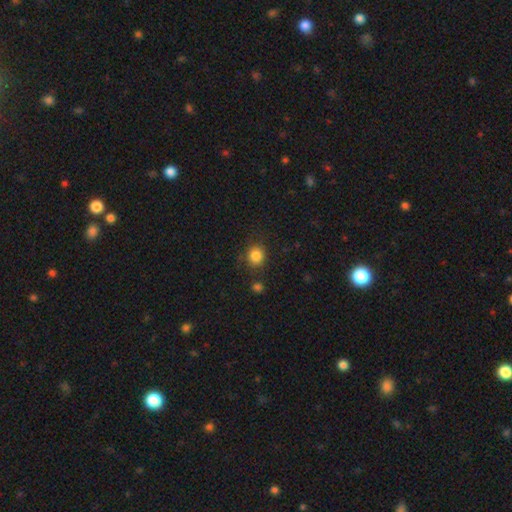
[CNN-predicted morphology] A smooth galaxy with no disk features (84%) that is round (83%). Merging: none (80%).